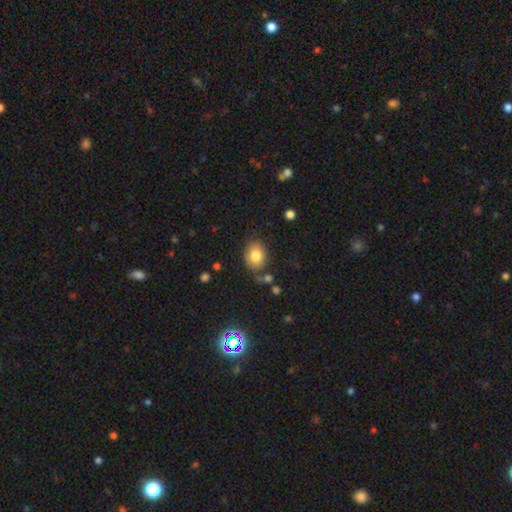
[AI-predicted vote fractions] Smooth or featured?
  - smooth: 80% *
  - featured or disk: 11%
  - star or artifact: 9%
How rounded?
  - in between: 61% *
  - round: 37%
  - cigar-shaped: 1%
Merging?
  - none: 71% *
  - minor disturbance: 18%
  - merger: 6%
  - major disturbance: 5%